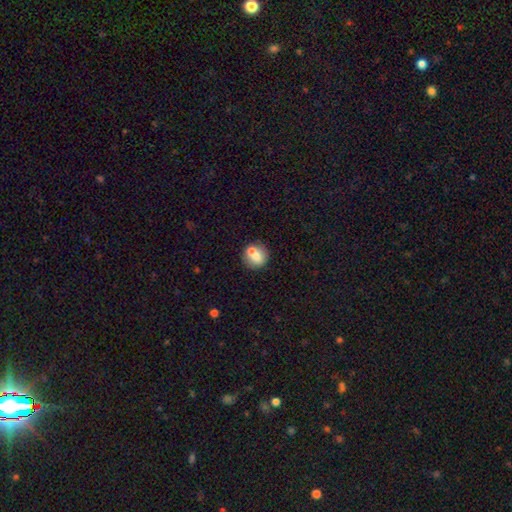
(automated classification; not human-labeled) smooth-or-featured: smooth: 71% | featured or disk: 21% | star or artifact: 8%
  how-rounded: round: 80% | in between: 18% | cigar-shaped: 1%
  merging: none: 55% | merger: 31% | minor disturbance: 10% | major disturbance: 3%